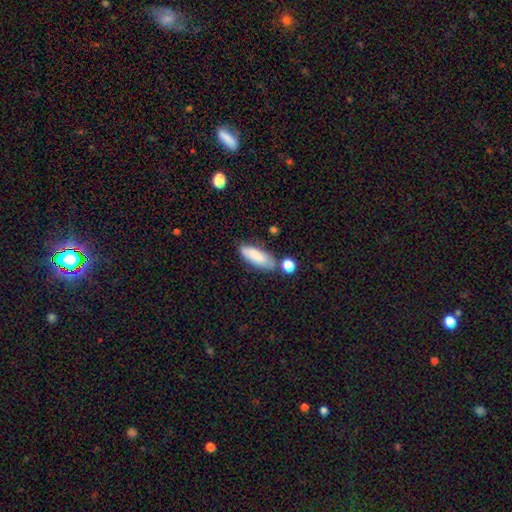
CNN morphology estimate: smooth 84%, featured or disk 10%, star or artifact 6%. Down the decision tree: how rounded — in between (67%); merging — none (66%).